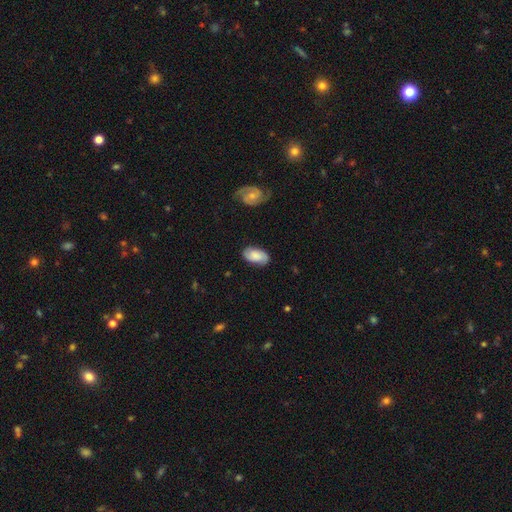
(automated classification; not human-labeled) Smooth or featured: smooth — 59% (featured or disk — 33%)
How rounded: in between — 94% (round — 5%)
Merging: none — 80% (minor disturbance — 15%)